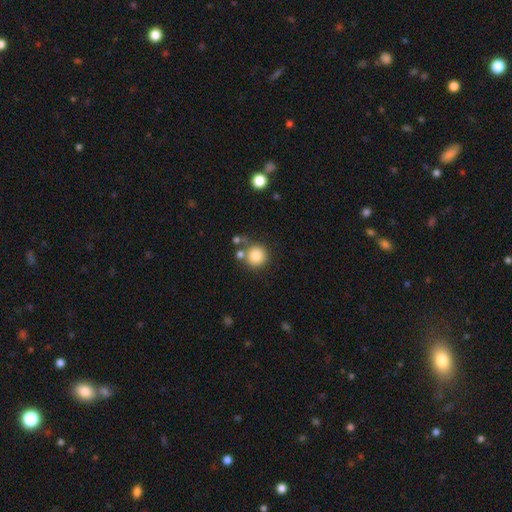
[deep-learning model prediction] smooth_or_featured: smooth (p=0.84) [alt: star or artifact p=0.10]
how_rounded: round (p=0.93) [alt: in between p=0.06]
merging: none (p=0.67) [alt: merger p=0.16]